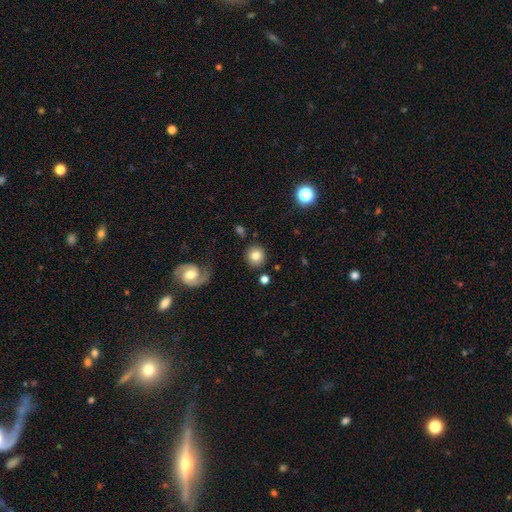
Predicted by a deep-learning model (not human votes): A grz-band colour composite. It shows a smooth galaxy with no disk features (80%) that is round (92%). Merging: none (87%).